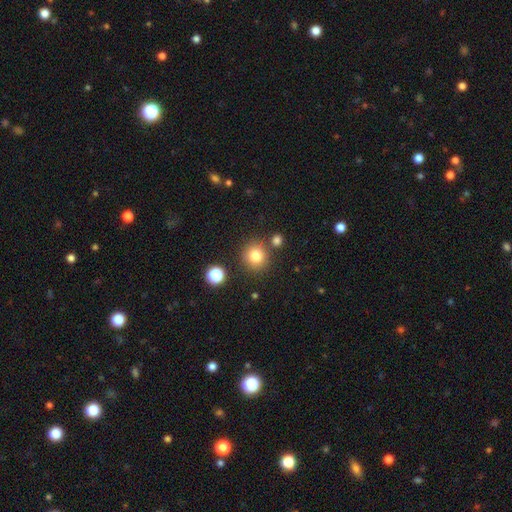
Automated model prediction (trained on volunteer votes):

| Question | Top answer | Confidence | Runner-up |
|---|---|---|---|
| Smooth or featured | smooth | 80% | star or artifact (13%) |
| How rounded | round | 90% | in between (9%) |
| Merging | none | 81% | minor disturbance (8%) |